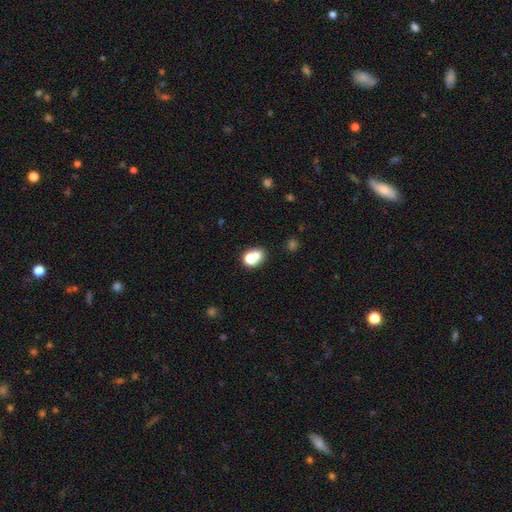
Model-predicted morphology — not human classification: The model was most divided on "merging": none: 44%, merger: 41%, minor disturbance: 10%, major disturbance: 5%. More confident: smooth or featured — smooth (69%); how rounded — round (59%).